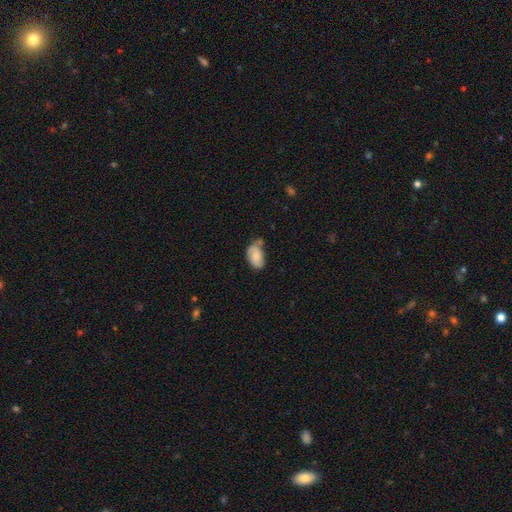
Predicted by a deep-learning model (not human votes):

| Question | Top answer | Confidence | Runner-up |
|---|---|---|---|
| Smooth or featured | smooth | 76% | featured or disk (16%) |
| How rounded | in between | 92% | round (7%) |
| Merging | none | 37% | minor disturbance (35%) |